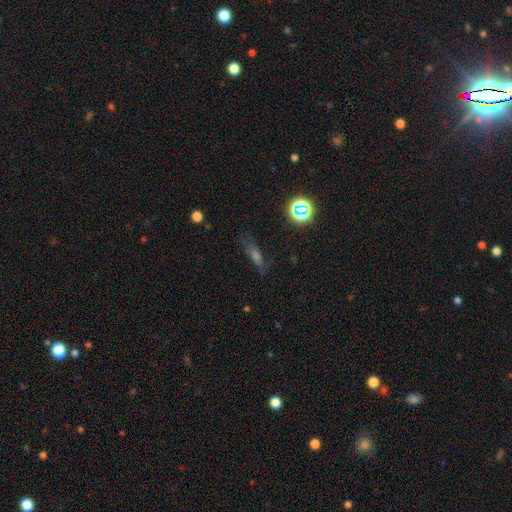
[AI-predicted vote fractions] smooth 45%, featured or disk 28%, star or artifact 27%. Down the decision tree: merging — none (73%).